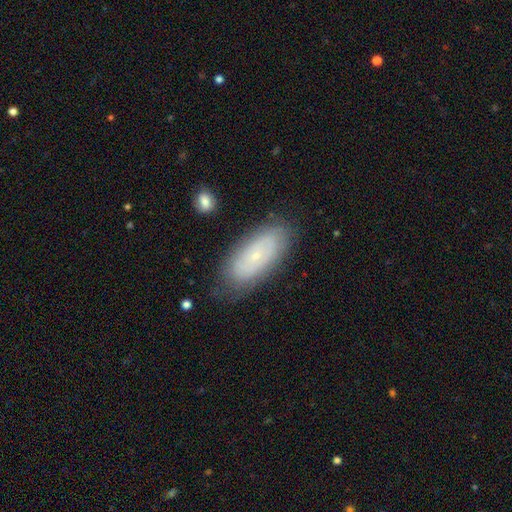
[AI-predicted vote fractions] This appears to be a featured or disk galaxy (50%). Merging: none (78%).